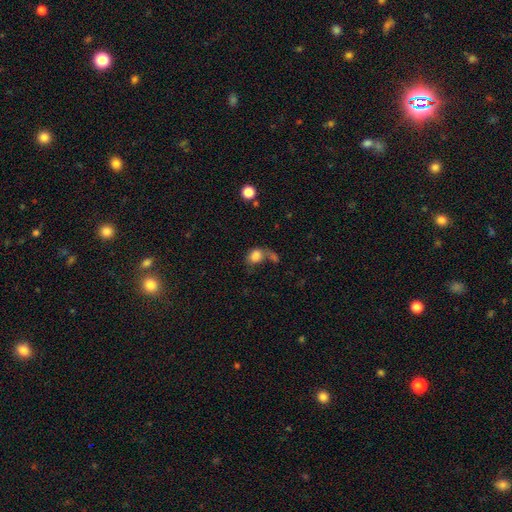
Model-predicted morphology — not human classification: Q: Smooth or featured?
A: smooth (80%); runner-up: star or artifact (11%)
Q: How rounded?
A: in between (62%); runner-up: round (37%)
Q: Merging?
A: none (34%); runner-up: merger (33%)